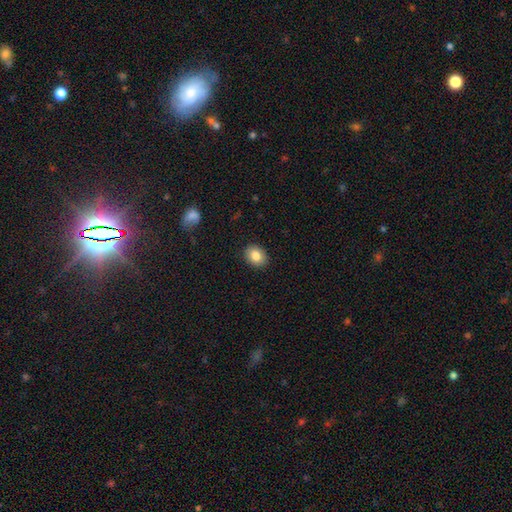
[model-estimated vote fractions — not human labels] smooth 84%, star or artifact 9%, featured or disk 7%. Down the decision tree: how rounded — in between (53%); merging — none (90%).